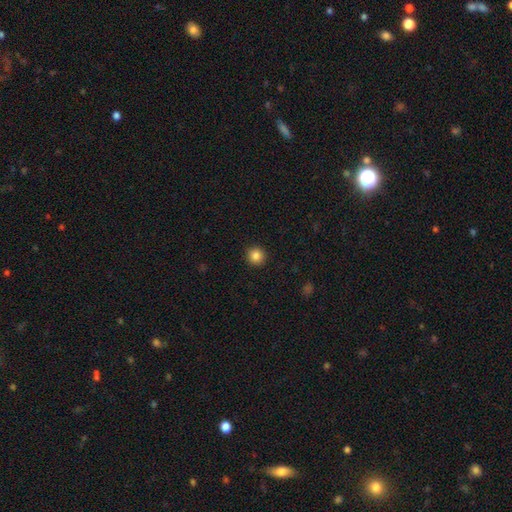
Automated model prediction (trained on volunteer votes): Smooth or featured: smooth — 85% (star or artifact — 10%)
How rounded: round — 95% (in between — 4%)
Merging: none — 93% (minor disturbance — 4%)